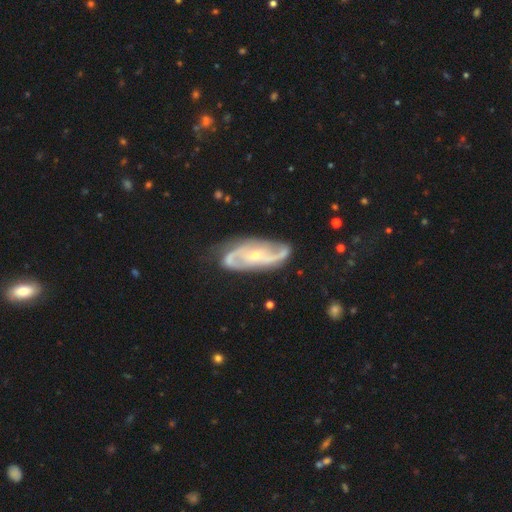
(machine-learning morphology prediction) A featured or disk galaxy (87%) with no bar (54%), 2 (82%) medium (47%) spiral arms (95%) and a small central bulge (64%). Merging: none (72%).